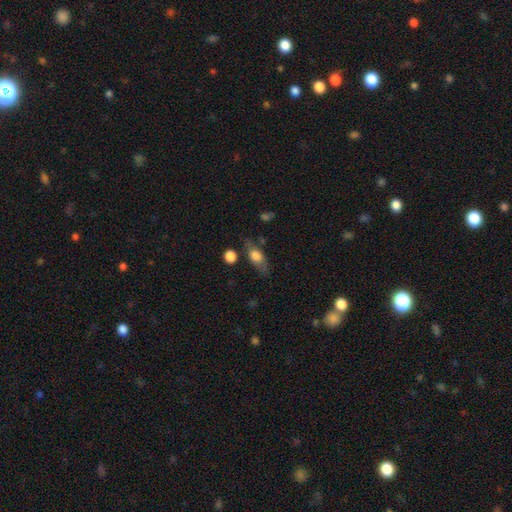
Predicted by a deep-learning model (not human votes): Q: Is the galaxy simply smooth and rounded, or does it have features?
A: smooth — 65%.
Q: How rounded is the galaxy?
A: in between — 73%.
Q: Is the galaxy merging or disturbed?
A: none — 66%.